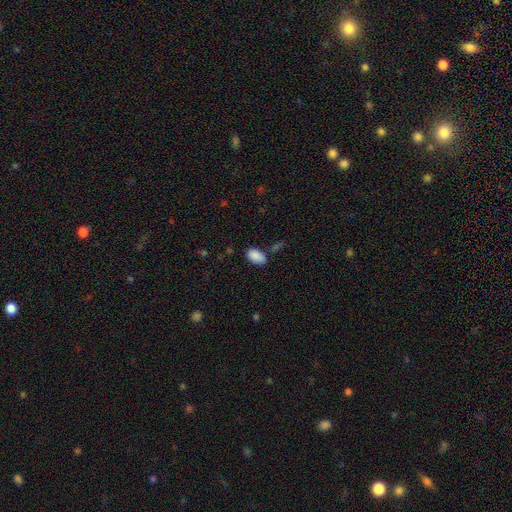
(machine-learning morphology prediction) smooth-or-featured: smooth: 88% | star or artifact: 8% | featured or disk: 4%
  how-rounded: in between: 93% | round: 5% | cigar-shaped: 1%
  merging: none: 70% | minor disturbance: 18% | merger: 8% | major disturbance: 4%